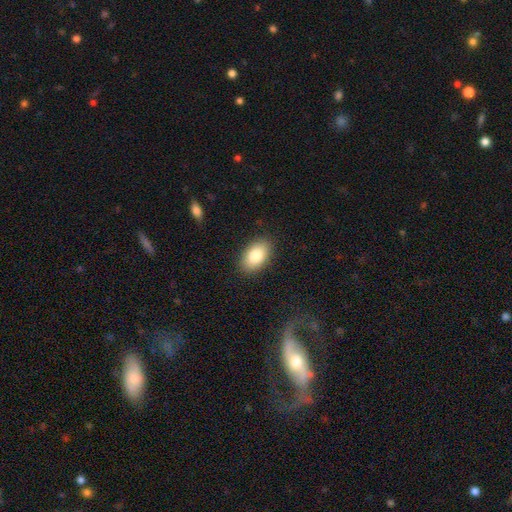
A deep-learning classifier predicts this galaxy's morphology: smooth 85%, featured or disk 9%, star or artifact 7%. Down the decision tree: how rounded — in between (93%); merging — none (88%).